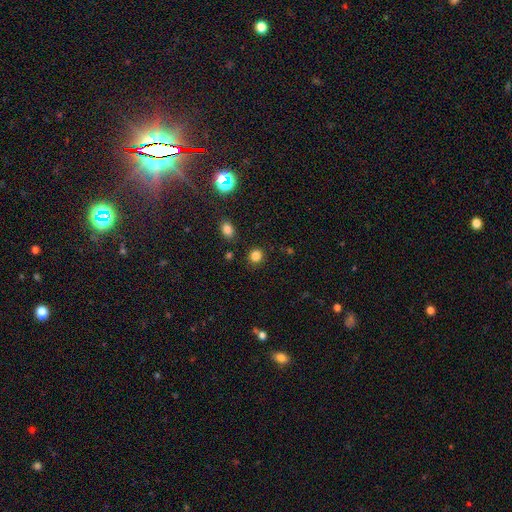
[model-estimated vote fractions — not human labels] Morphology: type=smooth (83%); roundness=round (83%); merging=none (87%).